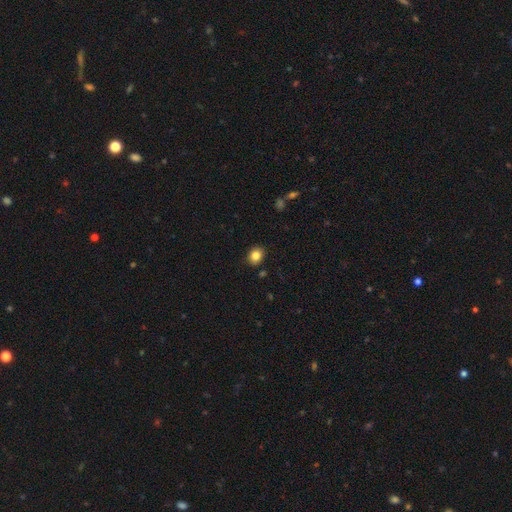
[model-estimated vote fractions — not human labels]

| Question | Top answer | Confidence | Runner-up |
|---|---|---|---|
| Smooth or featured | smooth | 83% | star or artifact (10%) |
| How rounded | round | 54% | in between (45%) |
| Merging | none | 87% | minor disturbance (9%) |